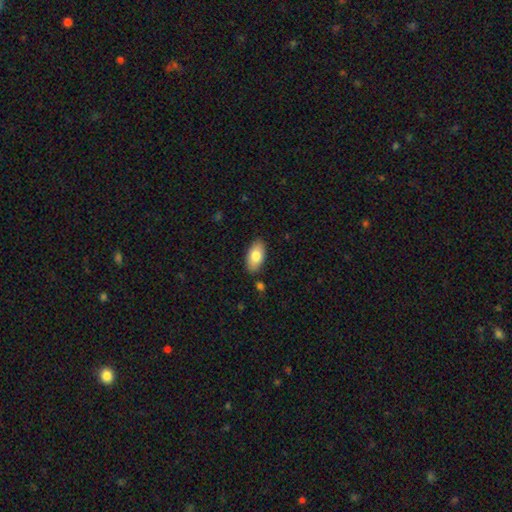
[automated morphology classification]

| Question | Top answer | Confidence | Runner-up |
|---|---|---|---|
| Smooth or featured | smooth | 80% | featured or disk (13%) |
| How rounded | in between | 94% | round (3%) |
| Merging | none | 87% | minor disturbance (10%) |